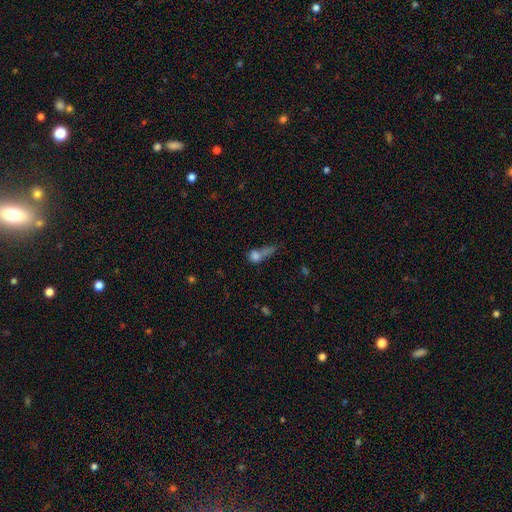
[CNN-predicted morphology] Smooth or featured?
  - smooth: 69% *
  - featured or disk: 16%
  - star or artifact: 15%
How rounded?
  - round: 48% *
  - in between: 39%
  - cigar-shaped: 12%
Merging?
  - merger: 37% *
  - major disturbance: 24%
  - none: 24%
  - minor disturbance: 15%